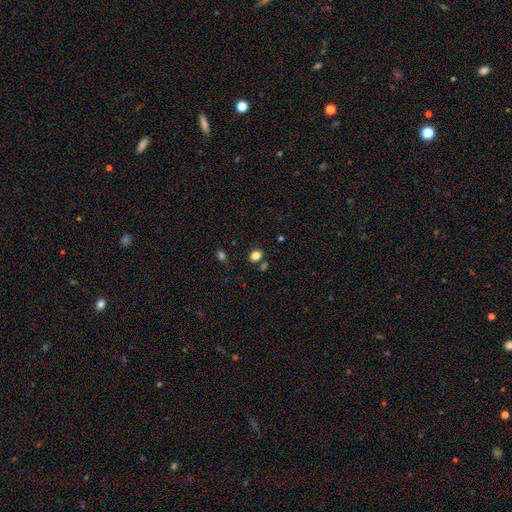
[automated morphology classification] smooth 82%, star or artifact 12%, featured or disk 6%. Down the decision tree: how rounded — in between (53%); merging — none (78%).